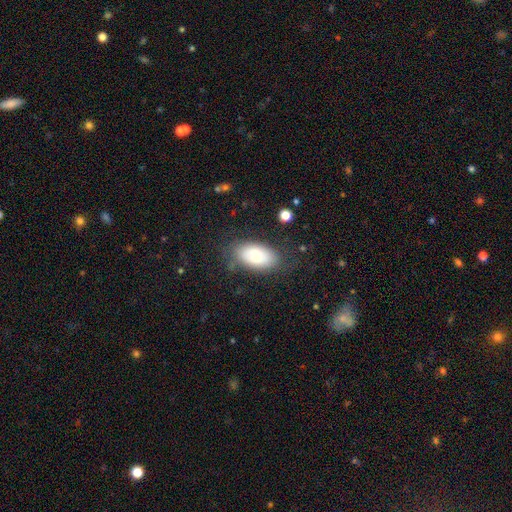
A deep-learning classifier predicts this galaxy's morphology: A smooth galaxy with no disk features (64%) that is in between round and cigar-shaped (93%).

Vote fractions:
- Smooth or featured? smooth: 64% / featured or disk: 28% / star or artifact: 8%
- How rounded? in between: 93% / round: 5% / cigar-shaped: 2%
- Merging? none: 73% / minor disturbance: 18% / major disturbance: 7% / merger: 2%